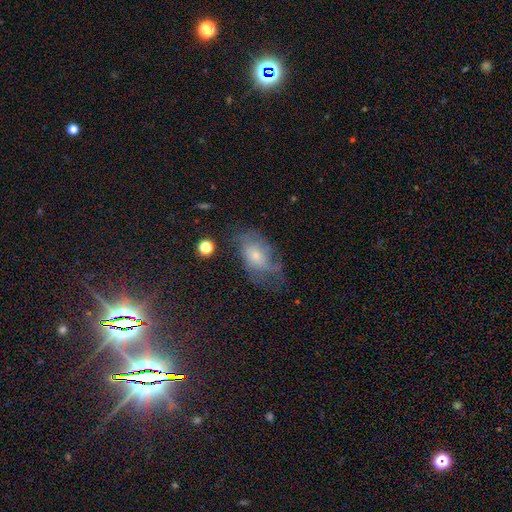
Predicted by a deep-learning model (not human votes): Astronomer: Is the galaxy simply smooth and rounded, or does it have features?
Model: featured or disk — 51% (runner-up: smooth, 37%).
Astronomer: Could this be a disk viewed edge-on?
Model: no — 94%.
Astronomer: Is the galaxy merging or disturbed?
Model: none — 41% (runner-up: major disturbance, 30%).